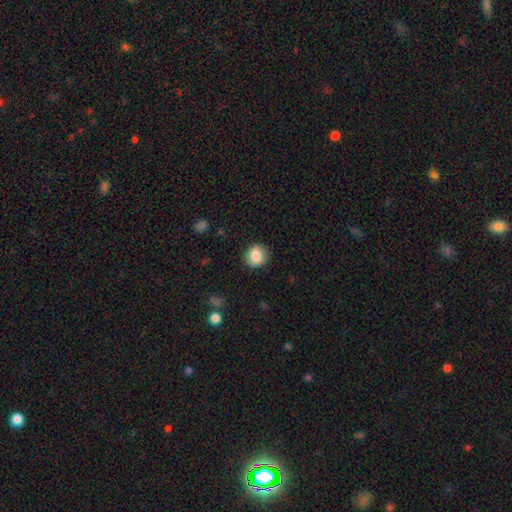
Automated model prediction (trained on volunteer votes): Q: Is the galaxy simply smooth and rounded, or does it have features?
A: smooth — 83%.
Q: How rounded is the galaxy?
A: round — 75%.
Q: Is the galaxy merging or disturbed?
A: none — 84%.